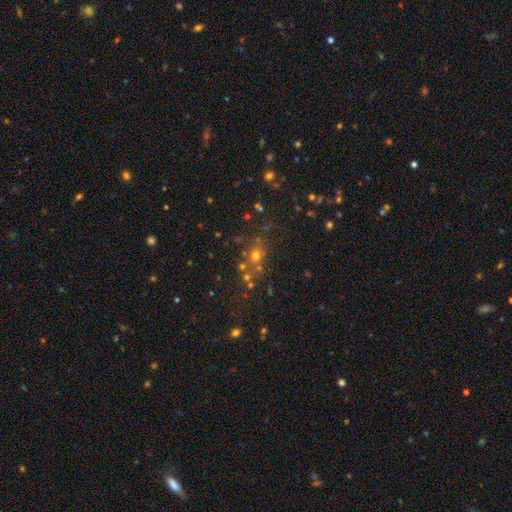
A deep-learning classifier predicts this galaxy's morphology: Smooth or featured: smooth — 55% (star or artifact — 32%)
How rounded: round — 77% (in between — 21%)
Merging: none — 65% (merger — 16%)